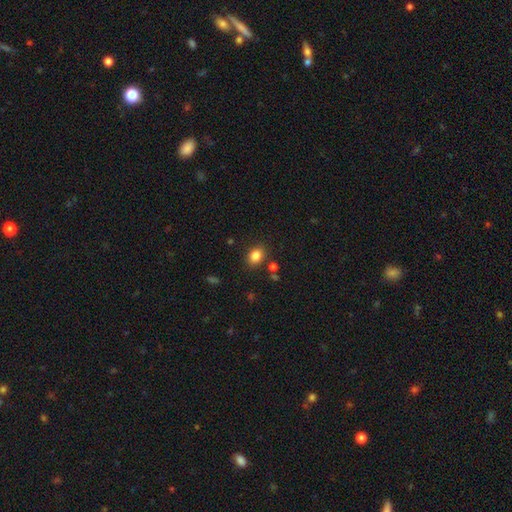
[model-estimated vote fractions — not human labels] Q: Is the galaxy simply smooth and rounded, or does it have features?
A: smooth — 83%.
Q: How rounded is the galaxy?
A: in between — 52%.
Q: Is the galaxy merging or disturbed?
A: none — 84%.